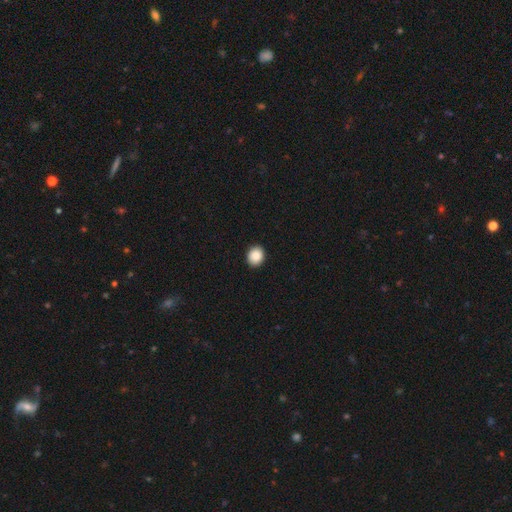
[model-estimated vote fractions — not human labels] Smooth or featured? smooth (89%)
How rounded? round (67%)
Merging? none (92%)